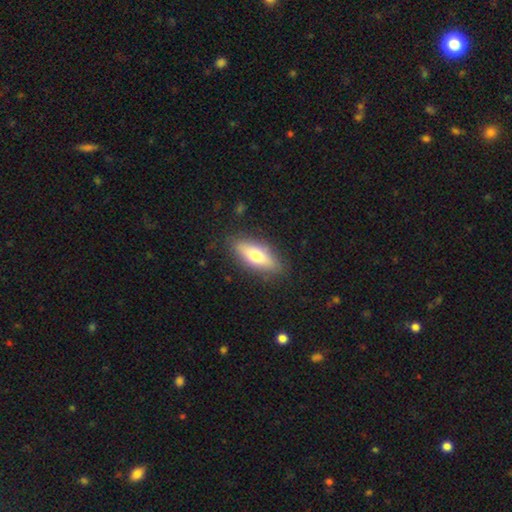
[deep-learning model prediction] Smooth or featured? Predicted: smooth (p=0.64). How rounded? Predicted: in between (p=0.69). Merging? Predicted: none (p=0.85).